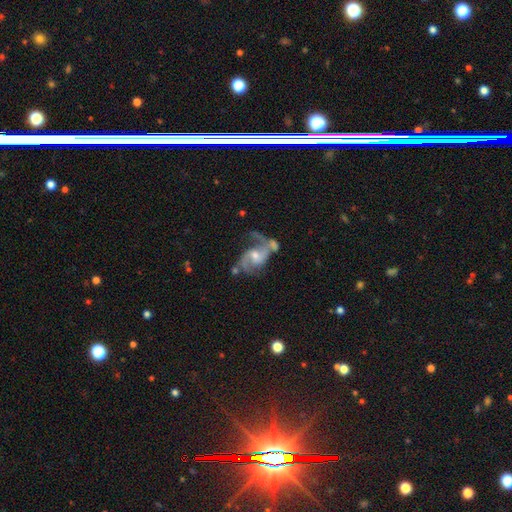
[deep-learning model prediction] smooth-or-featured: featured or disk: 88% | smooth: 6% | star or artifact: 5%
  disk-edge-on: no: 98% | yes: 2%
    bar: weak: 46% | no: 41% | strong: 13%
    has-spiral-arms: yes: 96% | no: 4%
      spiral-winding: medium: 47% | loose: 41% | tight: 12%
      spiral-arm-count: 2: 88% | can't tell: 4% | 1: 3% | 3: 3% | 4: 1% | more than 4: 1%
    bulge-size: moderate: 52% | small: 41% | large: 3% | none: 3% | dominant: 1%
  merging: none: 41% | merger: 21% | minor disturbance: 19% | major disturbance: 19%